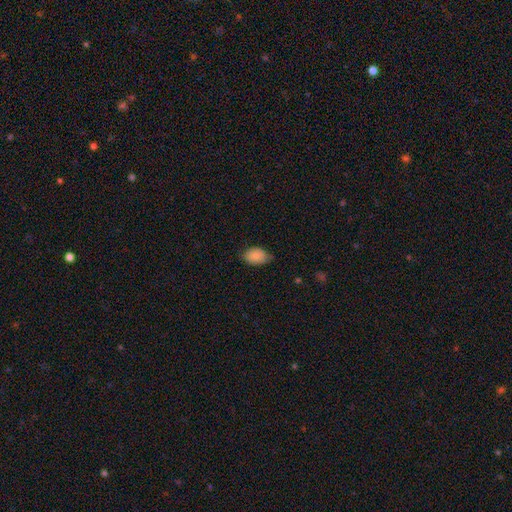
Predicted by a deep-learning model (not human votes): A smooth galaxy with no disk features (86%) that is in between round and cigar-shaped (85%).

Vote fractions:
- Smooth or featured? smooth: 86% / star or artifact: 7% / featured or disk: 7%
- How rounded? in between: 85% / round: 14% / cigar-shaped: 1%
- Merging? none: 62% / minor disturbance: 32% / major disturbance: 5% / merger: 1%